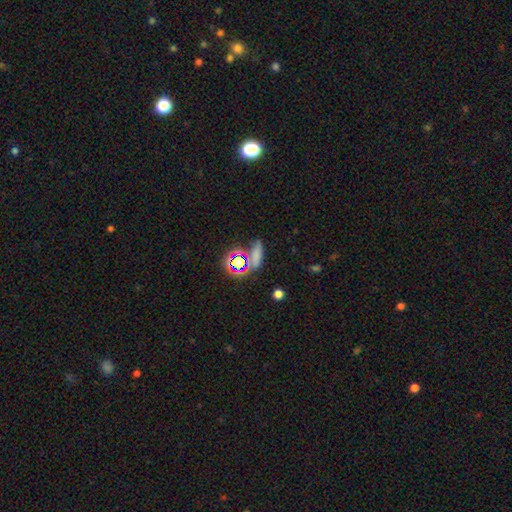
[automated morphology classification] type=smooth (56%); roundness=in between (42%); merging=none (65%).